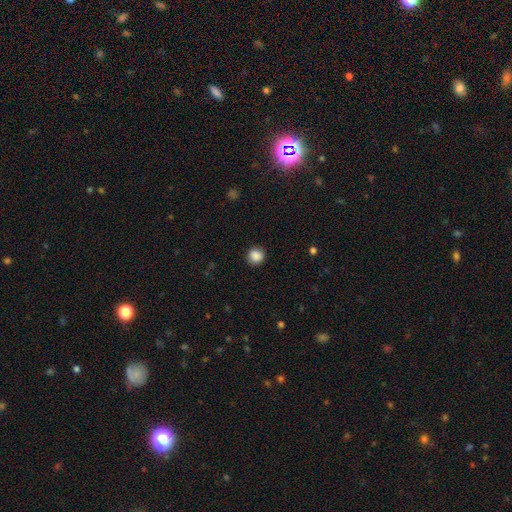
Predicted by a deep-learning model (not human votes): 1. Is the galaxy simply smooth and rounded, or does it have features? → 88% smooth, 10% star or artifact, 2% featured or disk.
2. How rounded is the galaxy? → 92% round, 7% in between, 1% cigar-shaped.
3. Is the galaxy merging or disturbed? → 91% none, 6% minor disturbance, 2% major disturbance, 1% merger.